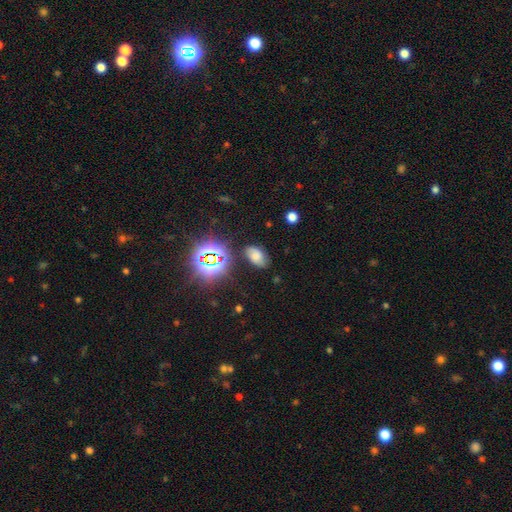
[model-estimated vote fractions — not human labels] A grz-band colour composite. It shows a smooth galaxy with no disk features (55%) that is in between round and cigar-shaped (88%). Merging: none (72%).